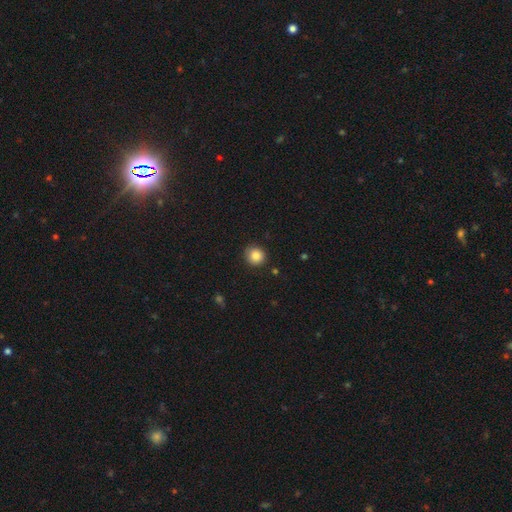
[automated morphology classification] type=smooth (85%); roundness=round (91%); merging=none (88%).